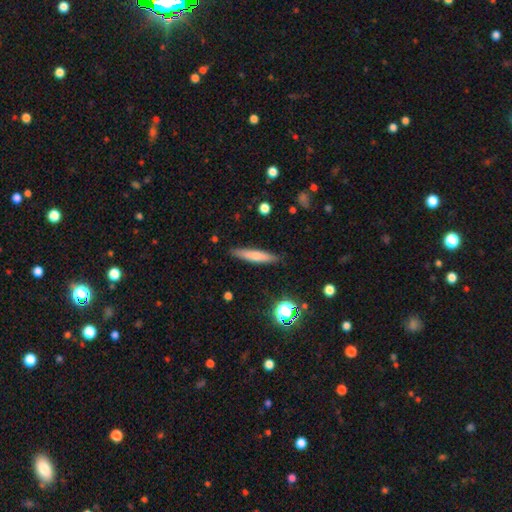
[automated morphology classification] Smooth or featured: smooth — 67% (featured or disk — 26%)
How rounded: cigar-shaped — 90% (in between — 9%)
Merging: none — 88% (minor disturbance — 9%)